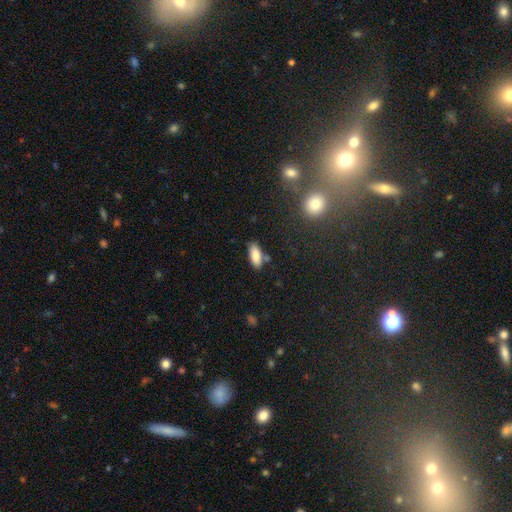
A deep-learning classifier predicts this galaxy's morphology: Smooth or featured? smooth (84%)
How rounded? in between (82%)
Merging? none (76%)